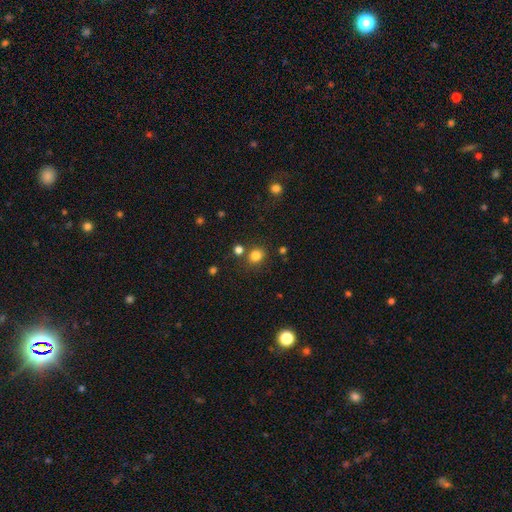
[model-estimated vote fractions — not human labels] Smooth or featured: smooth — 81% (star or artifact — 14%)
How rounded: round — 76% (in between — 23%)
Merging: none — 77% (merger — 10%)